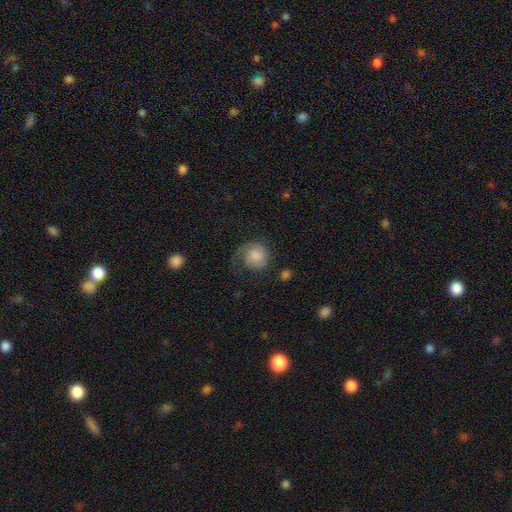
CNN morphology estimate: The model was most divided on "merging": none: 49%, minor disturbance: 25%, major disturbance: 24%, merger: 2%. More confident: how rounded — round (83%); smooth or featured — smooth (61%).